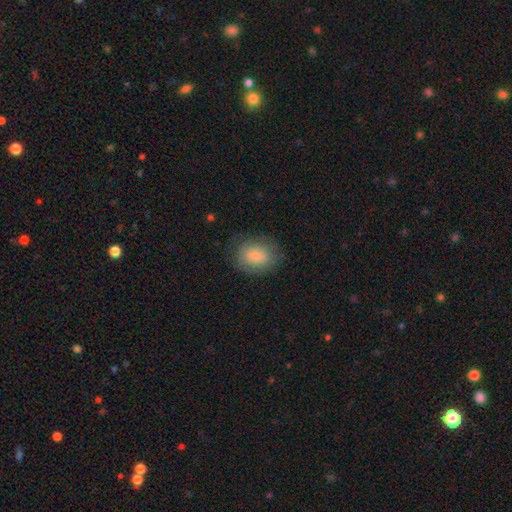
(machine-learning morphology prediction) A smooth galaxy with no disk features (77%) that is round (52%). Merging: none (79%).